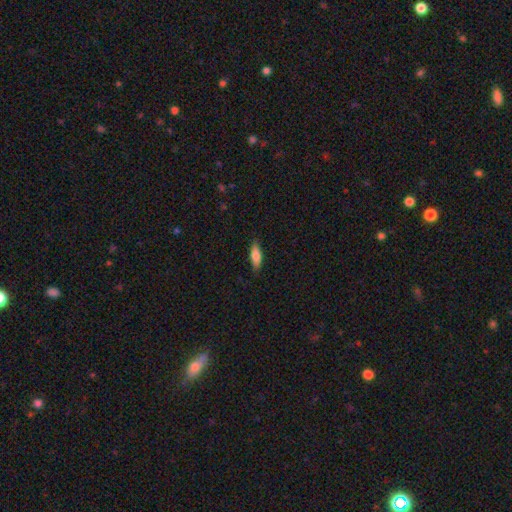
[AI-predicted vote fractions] Q: Smooth or featured?
A: smooth (79%); runner-up: featured or disk (14%)
Q: How rounded?
A: in between (56%); runner-up: cigar-shaped (42%)
Q: Merging?
A: none (85%); runner-up: minor disturbance (12%)